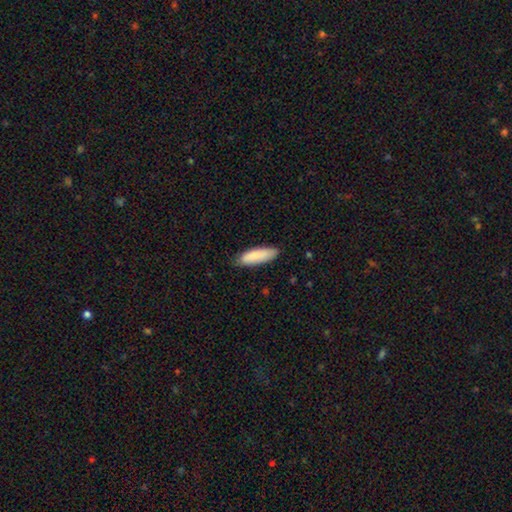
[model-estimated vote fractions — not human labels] Smooth or featured?
  - smooth: 87% *
  - featured or disk: 7%
  - star or artifact: 6%
How rounded?
  - in between: 54% *
  - cigar-shaped: 45%
  - round: 1%
Merging?
  - none: 81% *
  - minor disturbance: 16%
  - major disturbance: 2%
  - merger: 1%